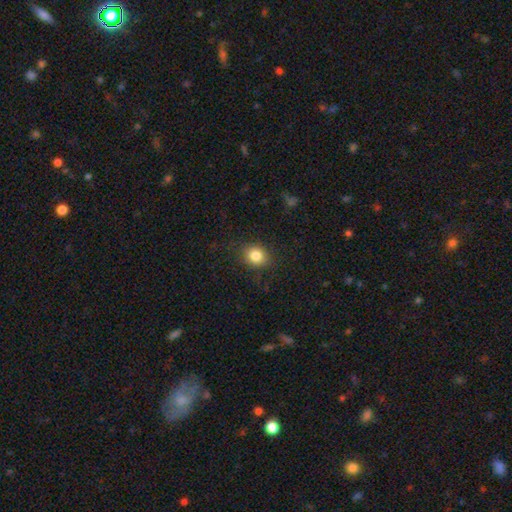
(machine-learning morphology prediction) Smooth or featured? Predicted: smooth (p=0.83). How rounded? Predicted: round (p=0.66). Merging? Predicted: none (p=0.84).